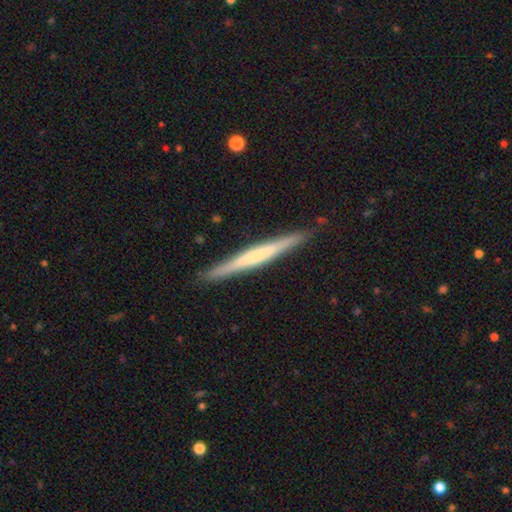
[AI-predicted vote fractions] A featured or disk galaxy (55%) viewed edge-on (98%) with no central bulge (65%).

Vote fractions:
- Smooth or featured? featured or disk: 55% / smooth: 40% / star or artifact: 5%
- Edge-on disk? yes: 98% / no: 2%
- Edge-on bulge? none: 65% / rounded: 21% / boxy: 14%
- Merging? none: 90% / minor disturbance: 8% / major disturbance: 1% / merger: 1%